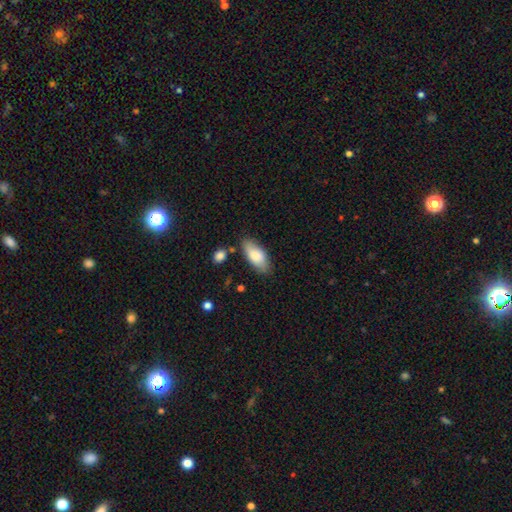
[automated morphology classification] This is clearly a smooth galaxy (82%). How rounded: clearly in between (86%). Merging: likely none (77%).